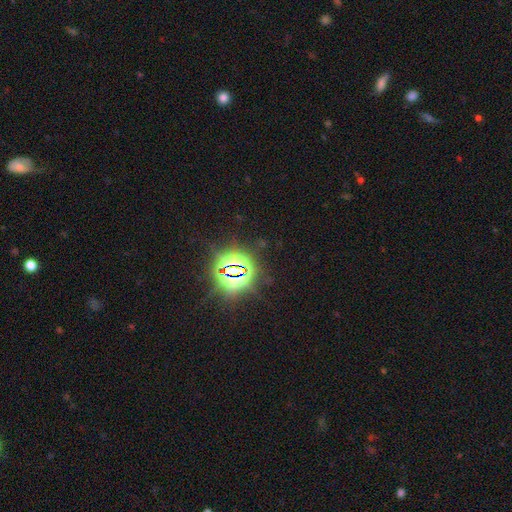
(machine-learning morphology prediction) Smooth or featured? Predicted: star or artifact (p=0.83).